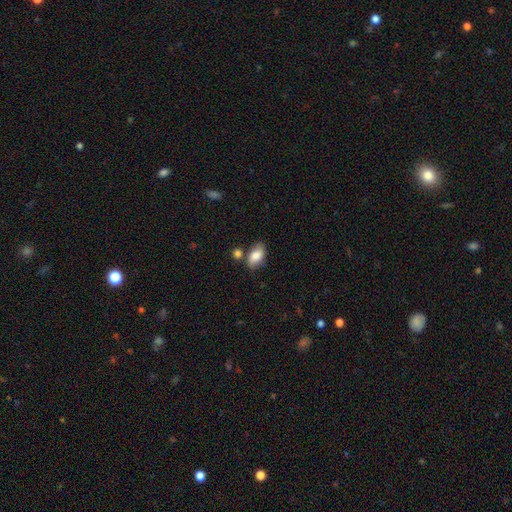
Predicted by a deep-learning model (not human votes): Smooth or featured: smooth — 79% (featured or disk — 14%)
How rounded: in between — 91% (round — 6%)
Merging: none — 67% (minor disturbance — 18%)